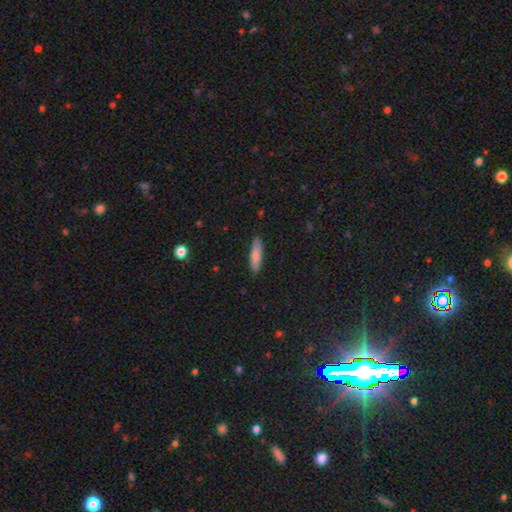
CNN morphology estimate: This appears to be a smooth galaxy with no disk features (82%) that is cigar-shaped (68%). Merging: none (88%).